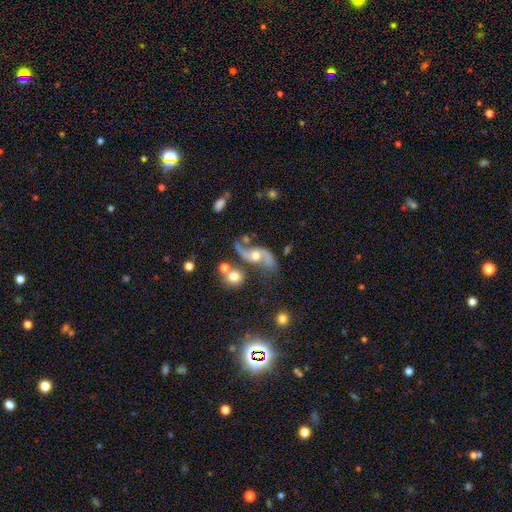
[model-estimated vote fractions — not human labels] featured or disk 86%, smooth 7%, star or artifact 7%. Down the decision tree: edge-on disk — no (96%); bar — no (63%); spiral arms — yes (95%); spiral arm count — 2 (93%); spiral winding — loose (79%); bulge size — moderate (66%); merging — none (58%).